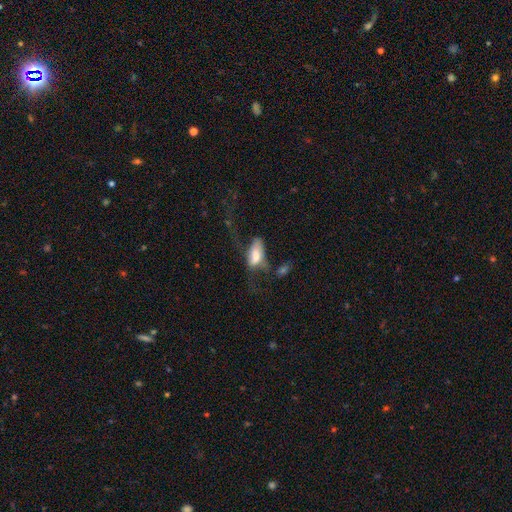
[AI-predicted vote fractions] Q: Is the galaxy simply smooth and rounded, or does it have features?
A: smooth — 62%.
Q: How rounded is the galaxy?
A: in between — 87%.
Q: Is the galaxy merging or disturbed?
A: major disturbance — 52%.